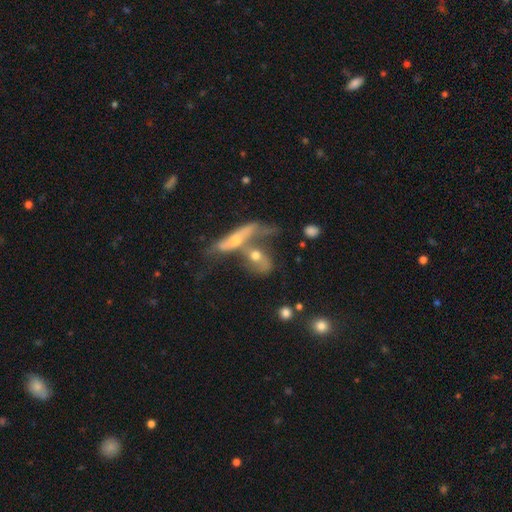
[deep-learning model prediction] Morphology: type=featured or disk (50%); merging=merger (66%).